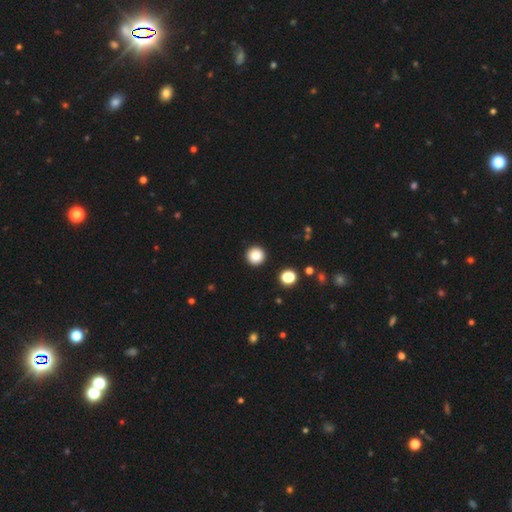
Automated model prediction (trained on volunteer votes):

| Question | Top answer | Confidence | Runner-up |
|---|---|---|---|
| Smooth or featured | smooth | 86% | star or artifact (10%) |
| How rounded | round | 96% | in between (3%) |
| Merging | none | 93% | minor disturbance (4%) |